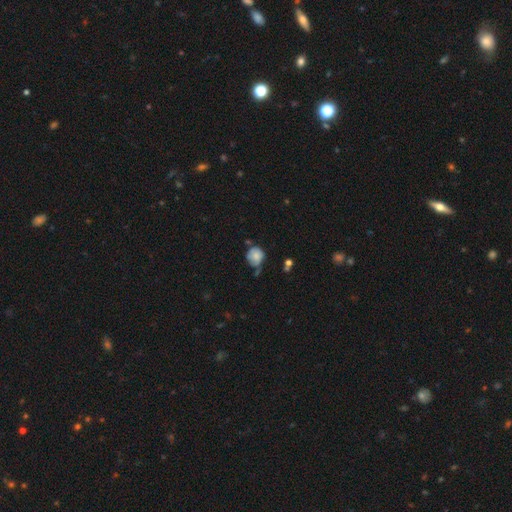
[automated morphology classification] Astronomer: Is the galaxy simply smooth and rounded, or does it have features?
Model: smooth — 69%.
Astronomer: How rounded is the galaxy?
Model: round — 81%.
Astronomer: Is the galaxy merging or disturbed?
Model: none — 46% (runner-up: minor disturbance, 32%).